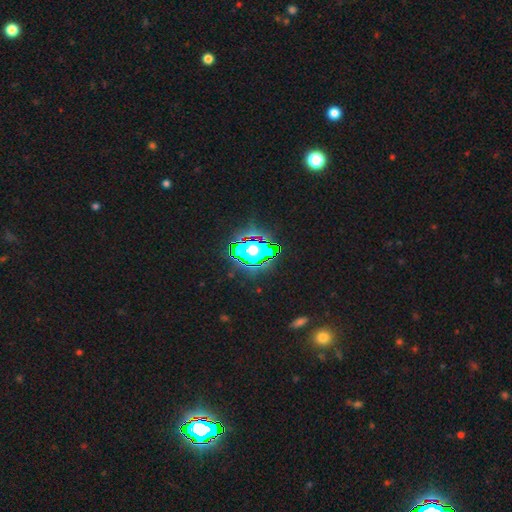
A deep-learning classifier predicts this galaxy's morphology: Smooth or featured: star or artifact — 81% (smooth — 11%)